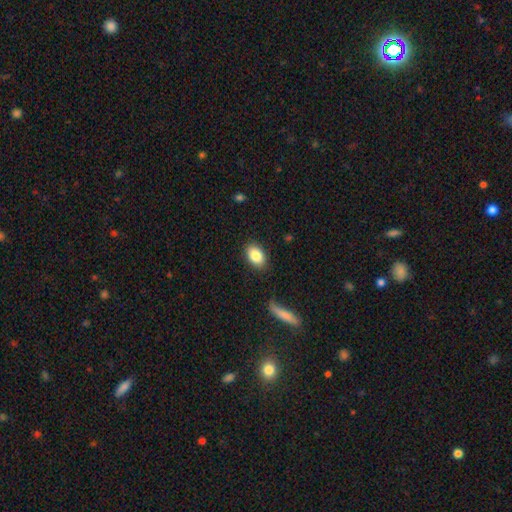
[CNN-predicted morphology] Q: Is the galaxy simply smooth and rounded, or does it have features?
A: smooth — 85%.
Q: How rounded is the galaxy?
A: in between — 85%.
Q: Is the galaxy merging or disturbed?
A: none — 86%.